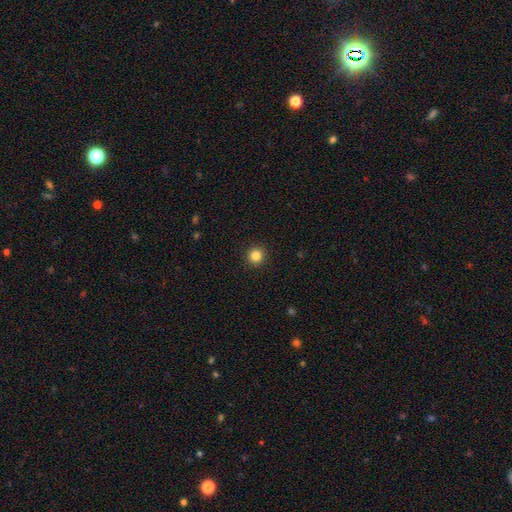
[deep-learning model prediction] Q: Smooth or featured?
A: smooth (84%); runner-up: star or artifact (12%)
Q: How rounded?
A: round (95%); runner-up: in between (4%)
Q: Merging?
A: none (93%); runner-up: minor disturbance (4%)